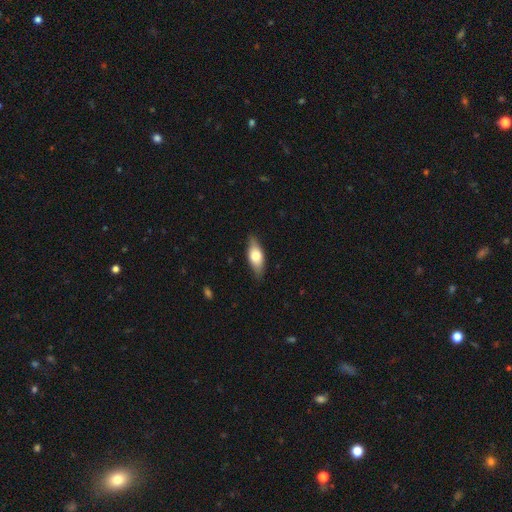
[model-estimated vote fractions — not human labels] A smooth galaxy with no disk features (64%) that is in between round and cigar-shaped (77%). Merging: none (83%).